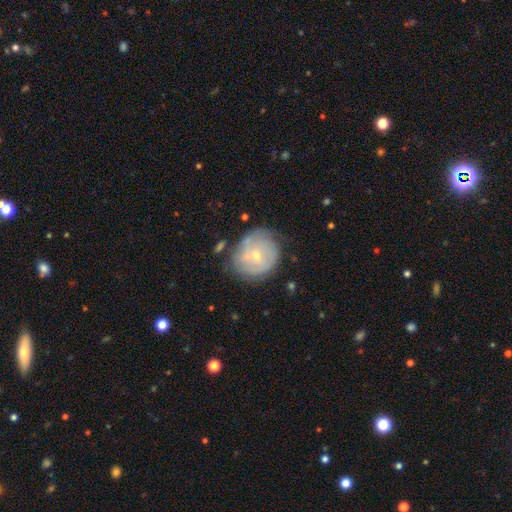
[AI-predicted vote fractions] Q: Smooth or featured?
A: featured or disk (58%); runner-up: smooth (35%)
Q: Edge-on disk?
A: no (97%); runner-up: yes (3%)
Q: Bar?
A: no (68%); runner-up: weak (27%)
Q: Spiral arms?
A: yes (67%); runner-up: no (33%)
Q: Bulge size?
A: small (70%); runner-up: moderate (26%)
Q: Merging?
A: none (61%); runner-up: minor disturbance (24%)